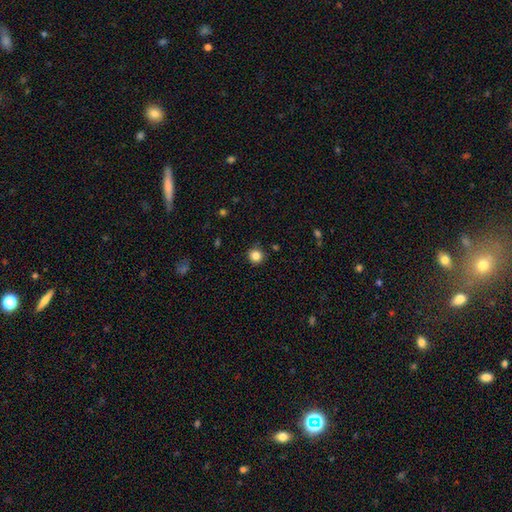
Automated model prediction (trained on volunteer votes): Overall: smooth (85%). How rounded: round (94%). Merging: none (90%).